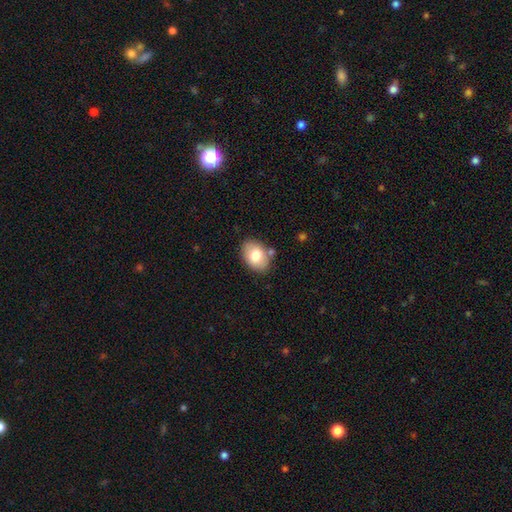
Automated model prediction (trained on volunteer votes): Morphology: type=smooth (77%); roundness=in between (80%); merging=none (77%).